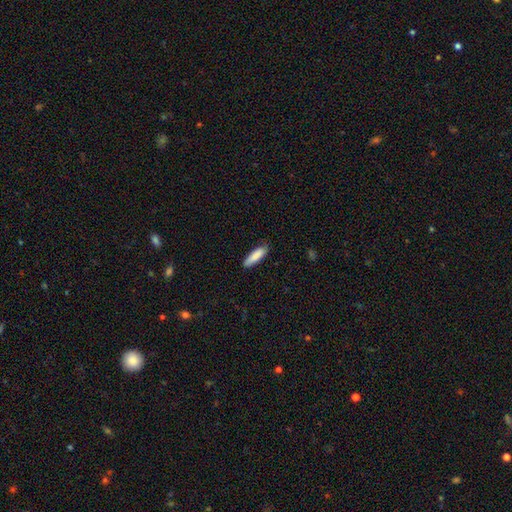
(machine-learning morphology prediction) Smooth or featured? smooth (87%)
How rounded? cigar-shaped (64%)
Merging? none (83%)